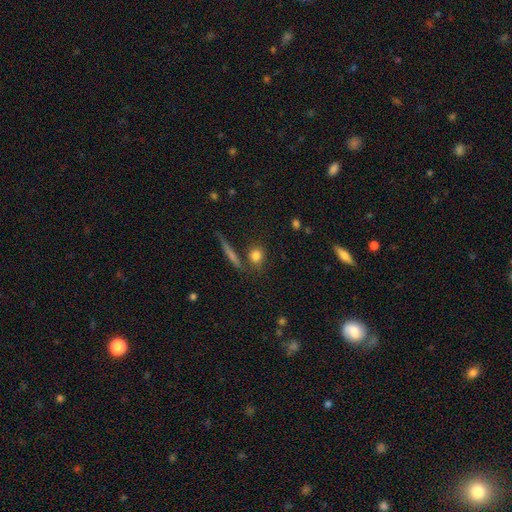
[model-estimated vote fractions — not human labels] Morphology: type=smooth (80%); roundness=round (67%); merging=none (74%).